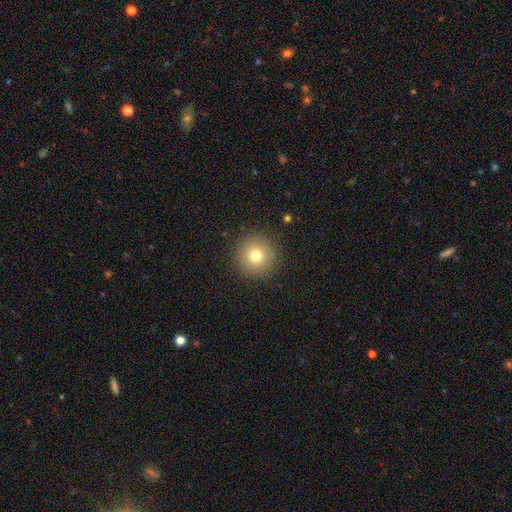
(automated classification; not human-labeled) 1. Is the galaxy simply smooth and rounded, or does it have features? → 77% smooth, 12% star or artifact, 11% featured or disk.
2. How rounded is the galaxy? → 96% round, 3% in between, 1% cigar-shaped.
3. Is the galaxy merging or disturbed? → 91% none, 6% minor disturbance, 2% major disturbance, 1% merger.